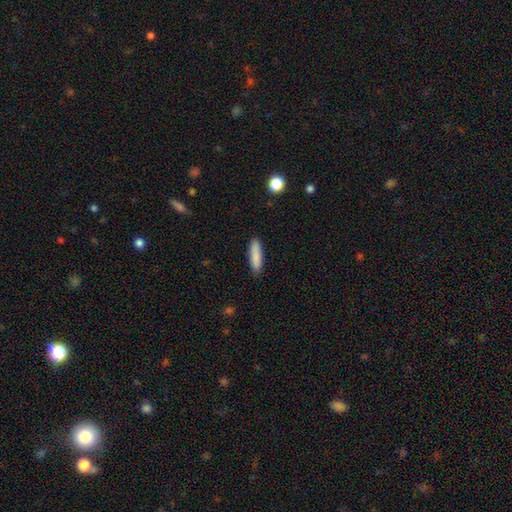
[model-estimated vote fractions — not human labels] A smooth galaxy with no disk features (87%) that is cigar-shaped (69%). Merging: none (88%).